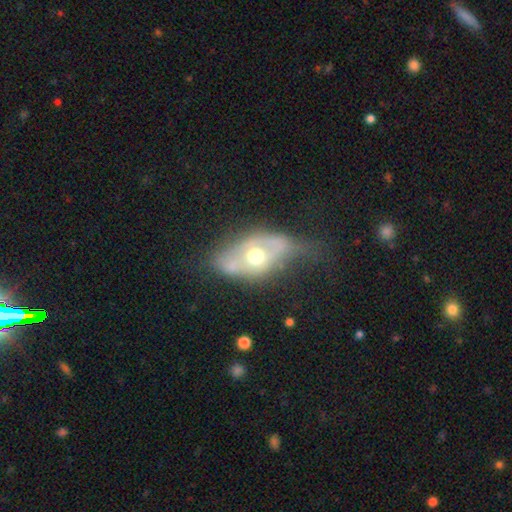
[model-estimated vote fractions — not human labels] A featured or disk galaxy (60%).

Vote fractions:
- Smooth or featured? featured or disk: 60% / smooth: 33% / star or artifact: 7%
- Edge-on disk? no: 82% / yes: 18%
- Merging? none: 34% / minor disturbance: 33% / major disturbance: 28% / merger: 5%